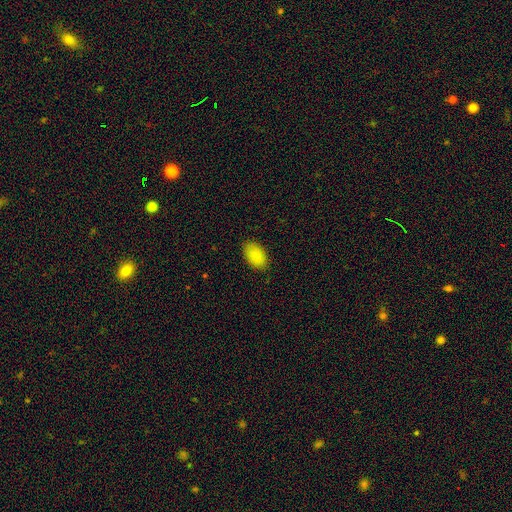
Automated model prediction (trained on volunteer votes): smooth-or-featured: smooth: 89% | star or artifact: 7% | featured or disk: 3%
  how-rounded: in between: 93% | round: 6% | cigar-shaped: 1%
  merging: none: 86% | minor disturbance: 11% | major disturbance: 2% | merger: 1%